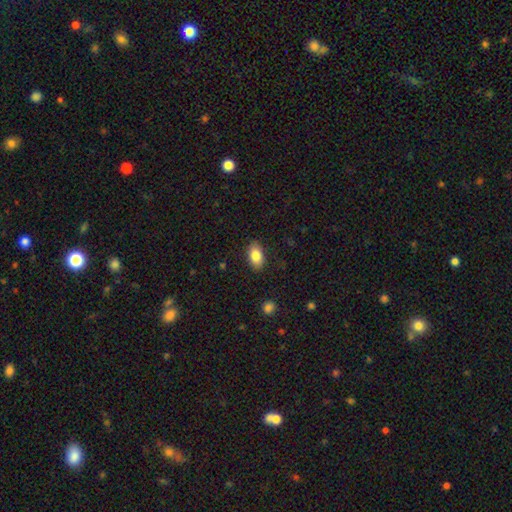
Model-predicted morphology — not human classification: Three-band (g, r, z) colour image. It shows a smooth galaxy with no disk features (85%) that is in between round and cigar-shaped (92%). Merging: none (87%).